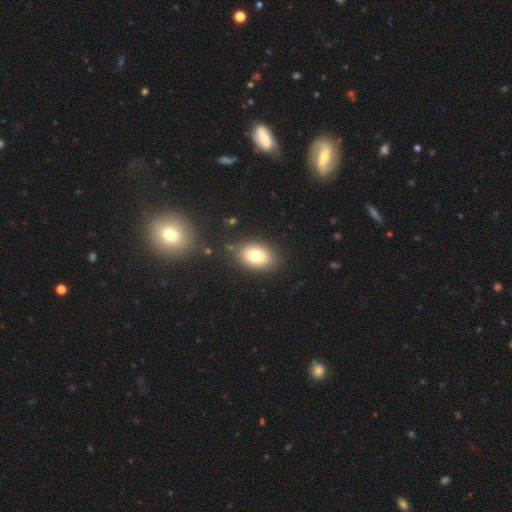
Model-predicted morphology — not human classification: Smooth or featured?
  - smooth: 79% *
  - featured or disk: 12%
  - star or artifact: 10%
How rounded?
  - in between: 81% *
  - round: 18%
  - cigar-shaped: 1%
Merging?
  - none: 83% *
  - minor disturbance: 11%
  - major disturbance: 3%
  - merger: 3%